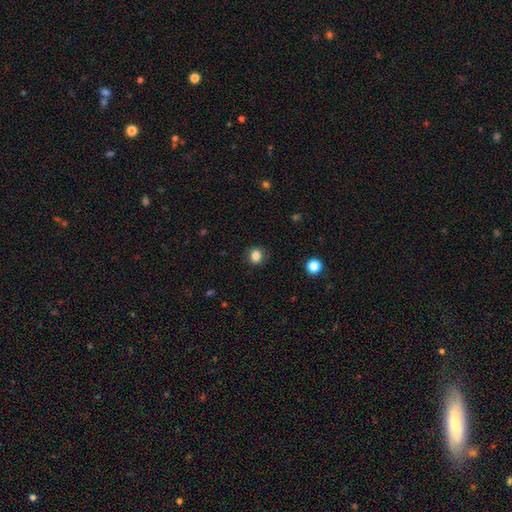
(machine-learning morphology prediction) Smooth or featured? Predicted: smooth (p=0.84). How rounded? Predicted: round (p=0.80). Merging? Predicted: none (p=0.89).